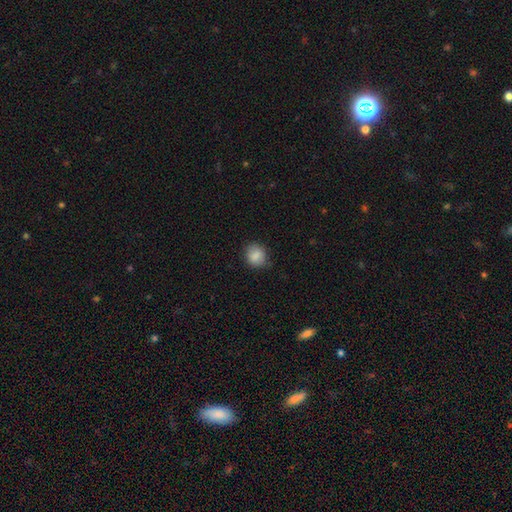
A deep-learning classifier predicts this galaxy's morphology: A smooth galaxy with no disk features (85%) that is round (74%).

Vote fractions:
- Smooth or featured? smooth: 85% / star or artifact: 8% / featured or disk: 7%
- How rounded? round: 74% / in between: 25% / cigar-shaped: 1%
- Merging? none: 80% / minor disturbance: 15% / major disturbance: 3% / merger: 1%